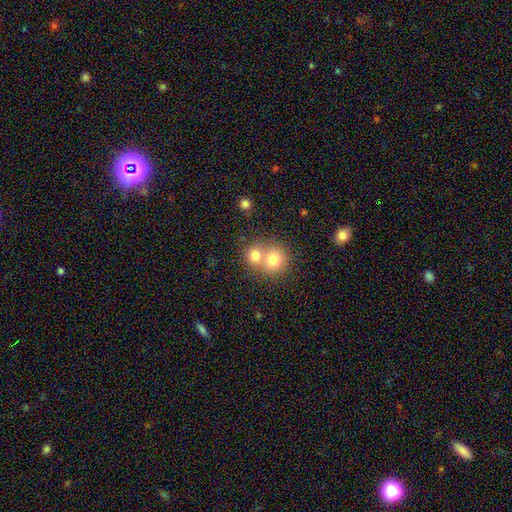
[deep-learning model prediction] smooth-or-featured: smooth: 55% | star or artifact: 34% | featured or disk: 11%
  how-rounded: round: 87% | in between: 11% | cigar-shaped: 1%
  merging: none: 55% | merger: 36% | minor disturbance: 6% | major disturbance: 3%